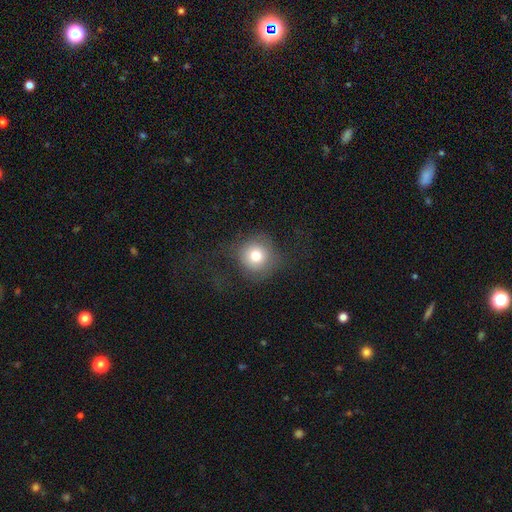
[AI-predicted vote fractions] smooth-or-featured: smooth: 73% | featured or disk: 16% | star or artifact: 12%
  how-rounded: round: 92% | in between: 7% | cigar-shaped: 1%
  merging: none: 61% | major disturbance: 22% | minor disturbance: 16% | merger: 1%